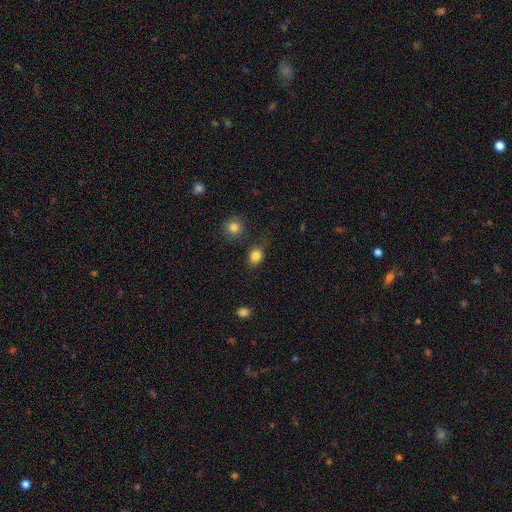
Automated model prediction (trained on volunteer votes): Overall: smooth (84%). How rounded: round (54%; in between 45%). Merging: none (76%).